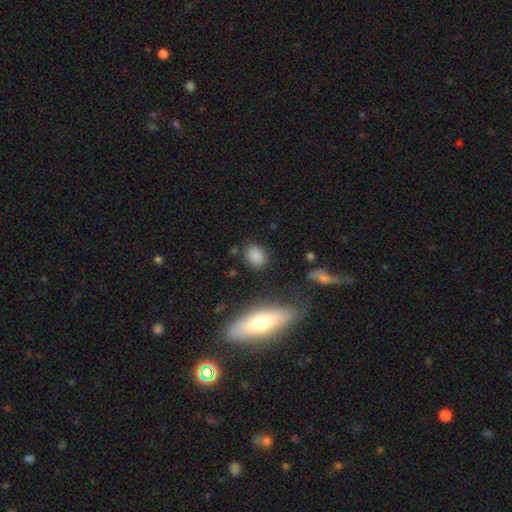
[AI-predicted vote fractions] This appears to be a smooth galaxy with no disk features (85%) that is in between round and cigar-shaped (64%). Merging: none (83%).